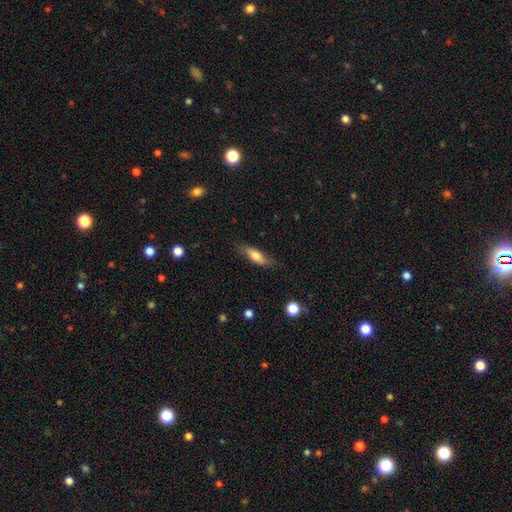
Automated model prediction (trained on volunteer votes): smooth 69%, featured or disk 25%, star or artifact 6%. Down the decision tree: how rounded — in between (54%); merging — none (78%).